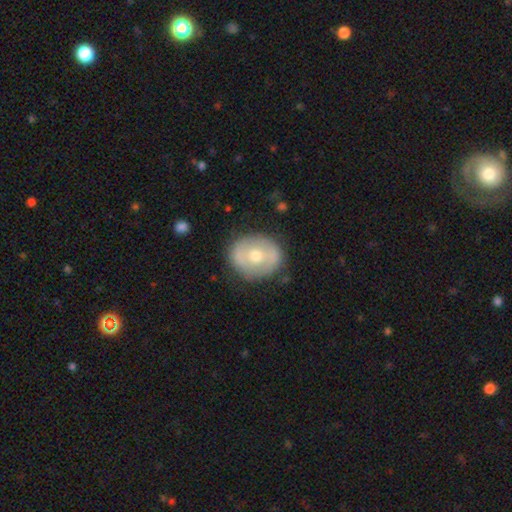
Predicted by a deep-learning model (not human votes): smooth-or-featured: featured or disk: 52% | smooth: 42% | star or artifact: 6%
  disk-edge-on: no: 95% | yes: 5%
  merging: none: 82% | minor disturbance: 13% | major disturbance: 4% | merger: 1%